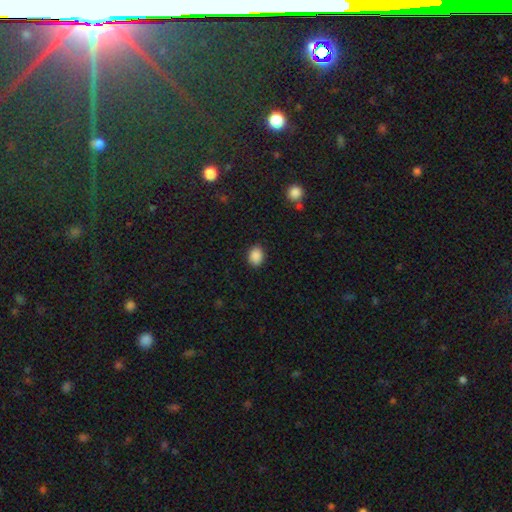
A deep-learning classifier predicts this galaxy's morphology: This appears to be a smooth galaxy with no disk features (89%) that is in between round and cigar-shaped (63%). Merging: none (88%).